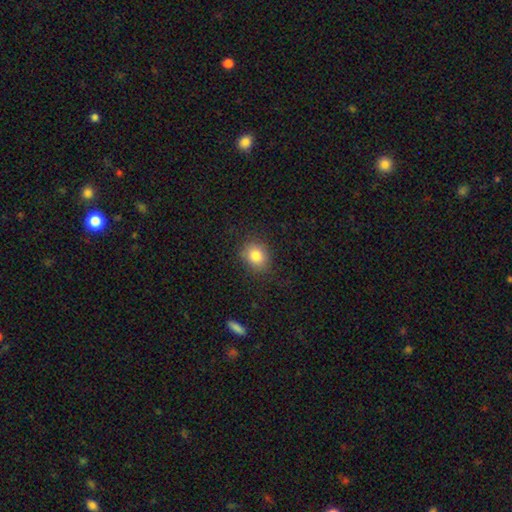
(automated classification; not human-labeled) Smooth or featured?
  - smooth: 82% *
  - star or artifact: 10%
  - featured or disk: 8%
How rounded?
  - round: 65% *
  - in between: 34%
  - cigar-shaped: 1%
Merging?
  - none: 81% *
  - minor disturbance: 13%
  - major disturbance: 4%
  - merger: 1%